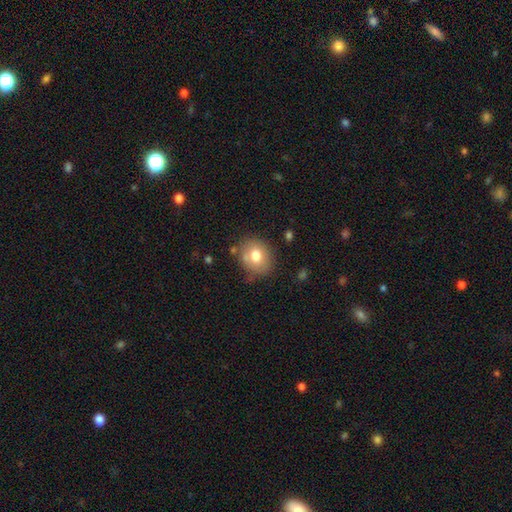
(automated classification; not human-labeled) A smooth galaxy with no disk features (74%) that is round (66%). Merging: none (71%).